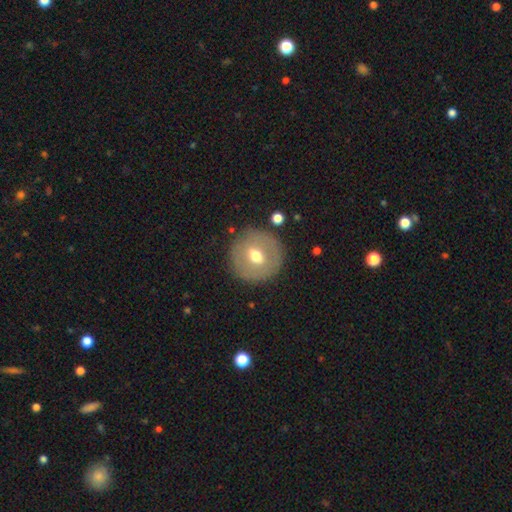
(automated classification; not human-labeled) Smooth or featured? smooth (53%)
How rounded? round (92%)
Merging? none (84%)